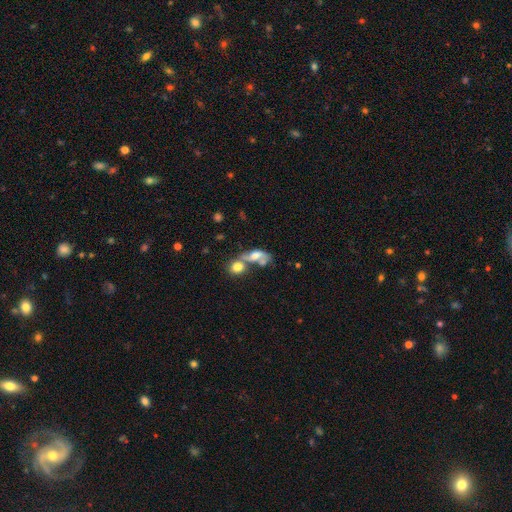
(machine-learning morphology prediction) This appears to be a smooth galaxy with no disk features (49%). Merging: merger (56%).